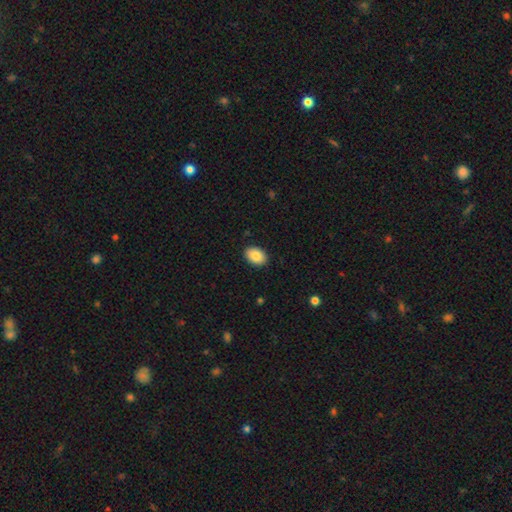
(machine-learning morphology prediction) Overall: smooth (86%). How rounded: in between (85%). Merging: none (89%).